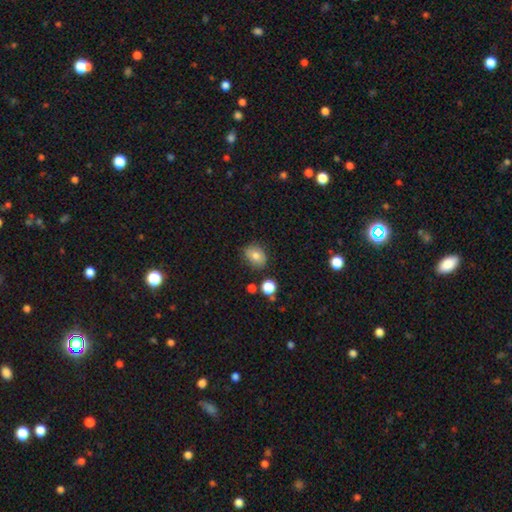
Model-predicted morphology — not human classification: Smooth or featured? Predicted: smooth (p=0.77). How rounded? Predicted: in between (p=0.50). Merging? Predicted: none (p=0.77).